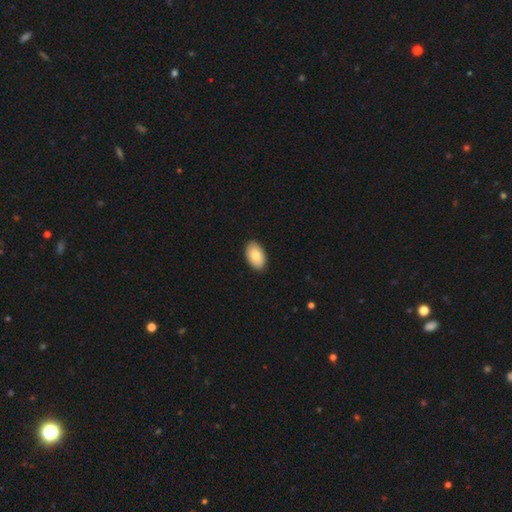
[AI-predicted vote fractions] Q: Smooth or featured?
A: smooth (83%); runner-up: featured or disk (11%)
Q: How rounded?
A: in between (94%); runner-up: round (5%)
Q: Merging?
A: none (89%); runner-up: minor disturbance (8%)